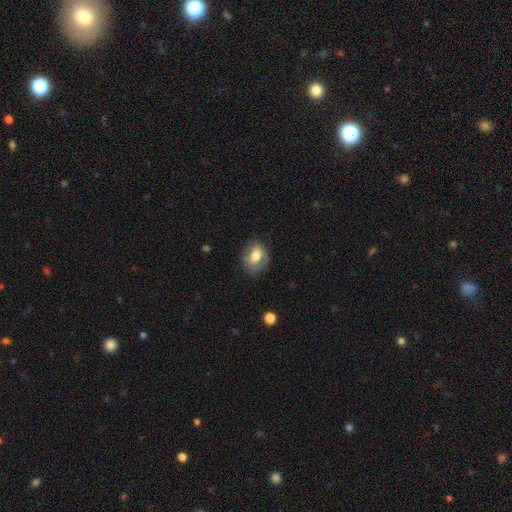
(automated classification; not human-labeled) Morphology: type=smooth (60%); roundness=in between (58%); merging=none (64%).